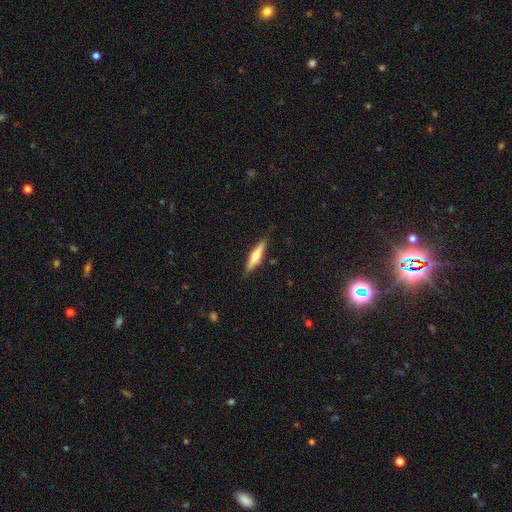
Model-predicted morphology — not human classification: Smooth or featured?
  - smooth: 49% *
  - featured or disk: 45%
  - star or artifact: 6%
Merging?
  - none: 85% *
  - minor disturbance: 12%
  - major disturbance: 2%
  - merger: 1%